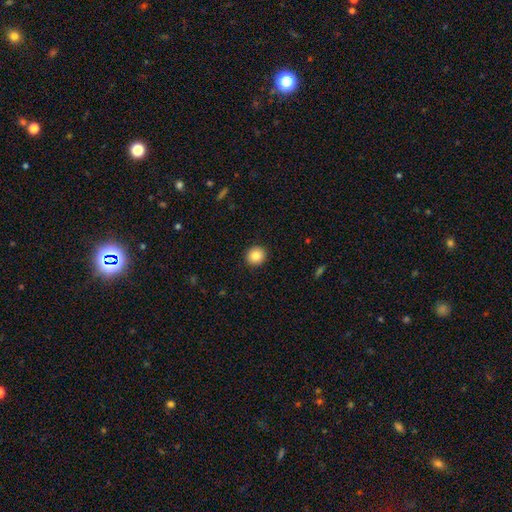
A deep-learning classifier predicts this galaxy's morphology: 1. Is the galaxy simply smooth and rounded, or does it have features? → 84% smooth, 9% star or artifact, 7% featured or disk.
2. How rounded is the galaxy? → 90% round, 9% in between, 1% cigar-shaped.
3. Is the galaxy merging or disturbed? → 92% none, 5% minor disturbance, 2% major disturbance, 1% merger.